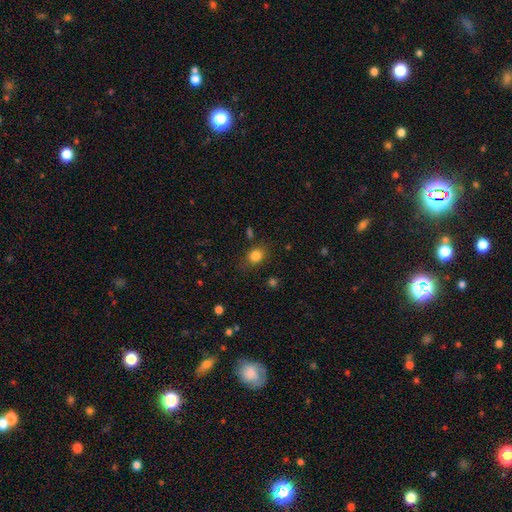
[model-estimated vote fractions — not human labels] Overall: smooth (82%). How rounded: round (55%; in between 44%). Merging: none (77%).